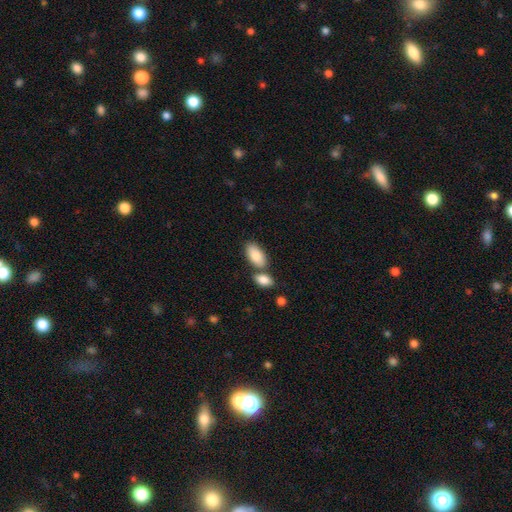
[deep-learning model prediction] smooth-or-featured: smooth: 85% | featured or disk: 9% | star or artifact: 6%
  how-rounded: in between: 93% | cigar-shaped: 4% | round: 3%
  merging: none: 57% | merger: 29% | minor disturbance: 11% | major disturbance: 3%